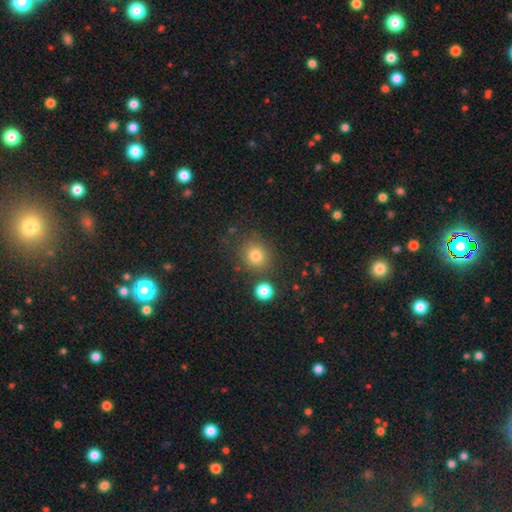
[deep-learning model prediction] smooth_or_featured: smooth (p=0.79) [alt: star or artifact p=0.14]
how_rounded: round (p=0.85) [alt: in between p=0.14]
merging: none (p=0.80) [alt: minor disturbance p=0.10]